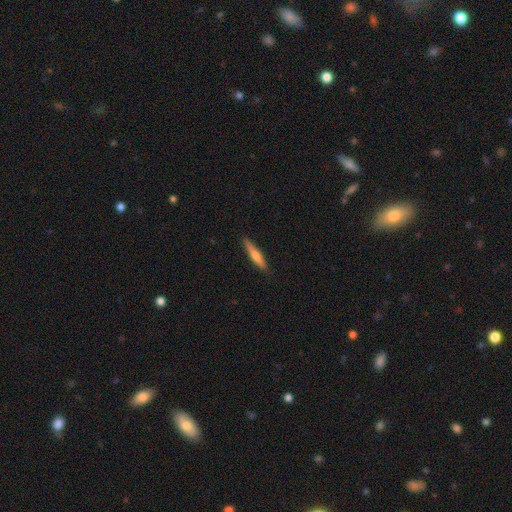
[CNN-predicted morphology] The model was most divided on "smooth or featured": smooth: 54%, featured or disk: 41%, star or artifact: 6%. More confident: how rounded — cigar-shaped (90%); merging — none (88%).